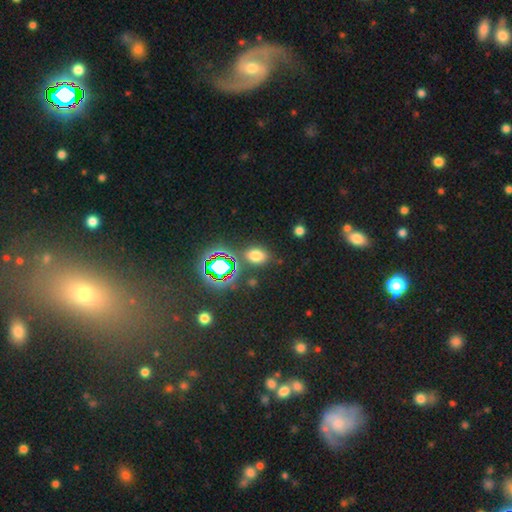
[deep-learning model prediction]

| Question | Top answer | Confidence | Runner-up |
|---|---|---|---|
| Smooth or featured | smooth | 65% | star or artifact (27%) |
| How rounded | in between | 75% | round (23%) |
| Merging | none | 79% | minor disturbance (12%) |